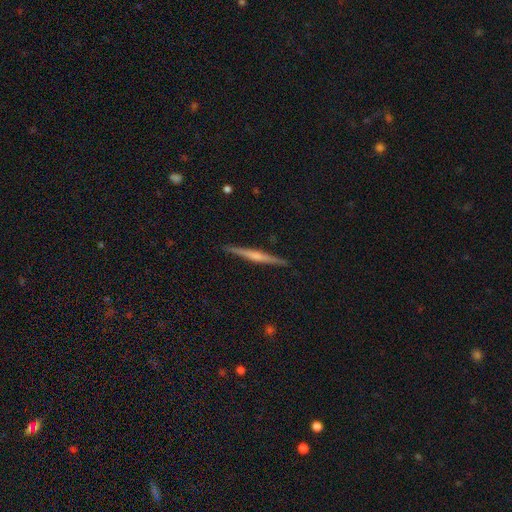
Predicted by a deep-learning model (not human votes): A featured or disk galaxy (67%) viewed edge-on (98%) with a rounded central bulge (56%). Merging: none (91%).